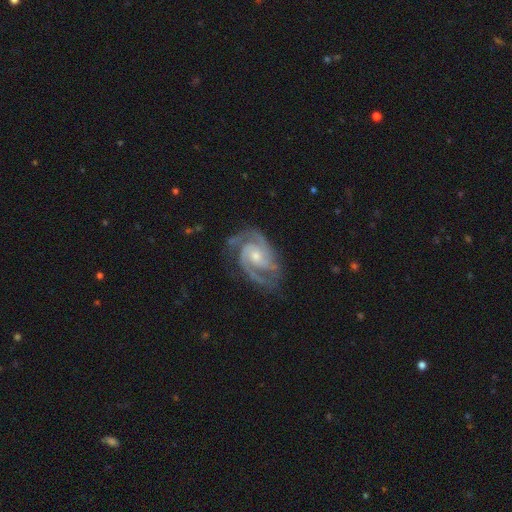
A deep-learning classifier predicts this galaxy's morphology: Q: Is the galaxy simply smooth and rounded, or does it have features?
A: featured or disk — 93%.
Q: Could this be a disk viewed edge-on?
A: no — 98%.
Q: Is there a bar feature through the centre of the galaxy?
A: no — 59%.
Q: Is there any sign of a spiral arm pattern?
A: yes — 99%.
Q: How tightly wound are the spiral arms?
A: tight — 49%.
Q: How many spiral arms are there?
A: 2 — 58%.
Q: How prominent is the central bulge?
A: small — 50%.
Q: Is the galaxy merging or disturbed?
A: none — 73%.